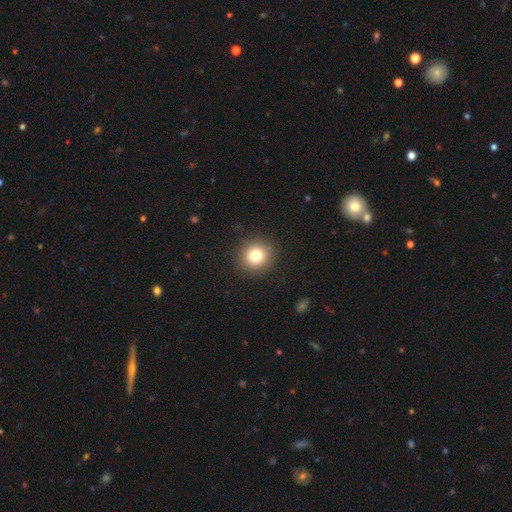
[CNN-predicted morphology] A smooth galaxy with no disk features (79%) that is round (91%). Merging: none (91%).